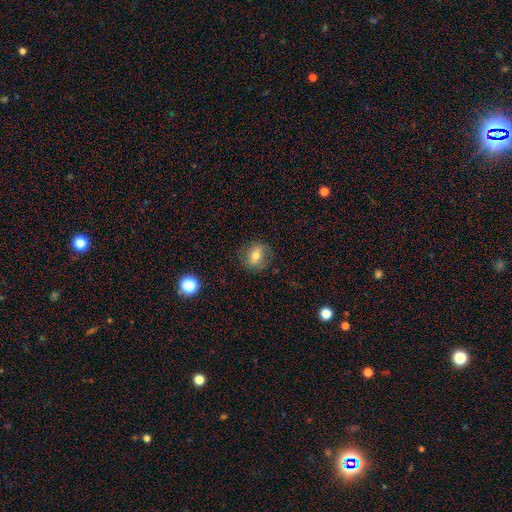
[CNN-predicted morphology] Smooth or featured? smooth (68%)
How rounded? round (54%)
Merging? none (80%)